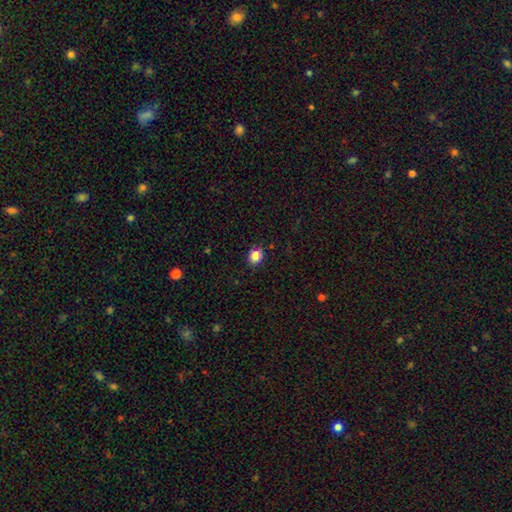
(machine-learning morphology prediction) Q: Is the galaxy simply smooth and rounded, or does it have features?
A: smooth — 82%.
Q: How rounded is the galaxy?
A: round — 62%.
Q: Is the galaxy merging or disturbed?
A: none — 86%.